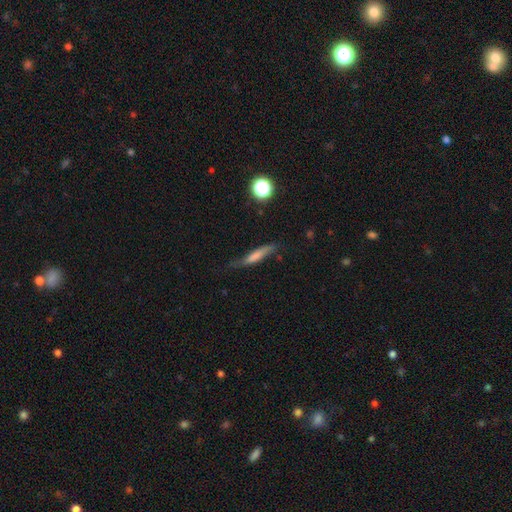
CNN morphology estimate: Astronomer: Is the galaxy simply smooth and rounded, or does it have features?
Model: smooth — 61%.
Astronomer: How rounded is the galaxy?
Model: cigar-shaped — 84%.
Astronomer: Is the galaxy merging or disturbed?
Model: none — 57%.